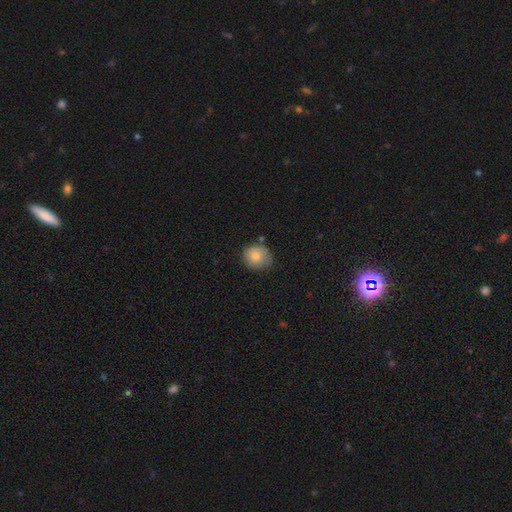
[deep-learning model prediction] Smooth or featured? Predicted: smooth (p=0.80). How rounded? Predicted: round (p=0.78). Merging? Predicted: none (p=0.68).